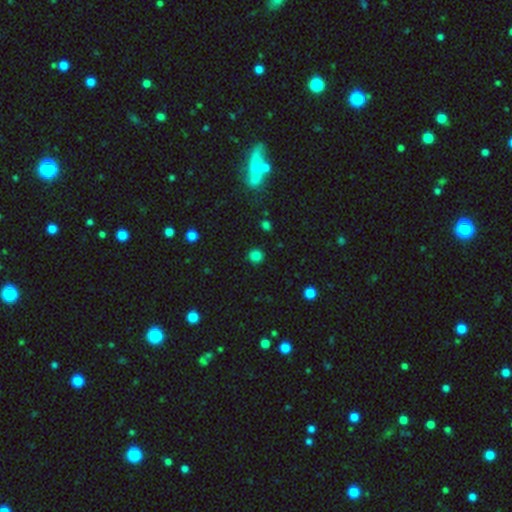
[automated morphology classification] Smooth or featured: smooth — 82% (star or artifact — 13%)
How rounded: round — 91% (in between — 8%)
Merging: none — 89% (minor disturbance — 8%)